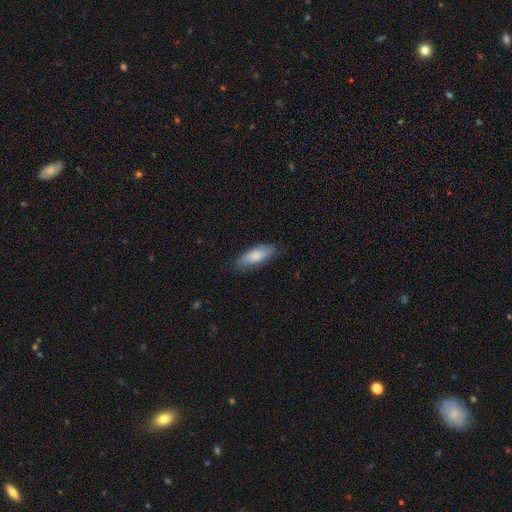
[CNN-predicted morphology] Smooth or featured? Predicted: smooth (p=0.79). How rounded? Predicted: in between (p=0.71). Merging? Predicted: none (p=0.78).